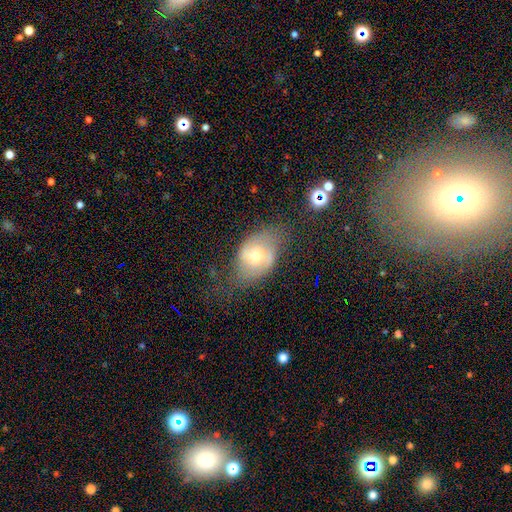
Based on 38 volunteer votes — A featured or disk galaxy (55%) with no bar (62%), 2 (69%) tight (46%, tied with medium) spiral arms (62%) and a moderate central bulge (81%).

Vote fractions:
- Smooth or featured? featured or disk: 55% / smooth: 39% / star or artifact: 5%
- Edge-on disk? no: 100% / yes: 0%
- Bar? no: 62% / strong: 24% / weak: 14%
- Spiral arms? yes: 62% / no: 38%
- Spiral winding? tight: 46% (tied) / medium: 46% (tied) / loose: 8%
- Spiral arm count? 2: 69% / can't tell: 23% / 1: 8% / 3: 0% / 4: 0% / more than 4: 0%
- Bulge size? moderate: 81% / small: 19% / dominant: 0% / large: 0% / none: 0%
- Merging? none: 61% / minor disturbance: 22% / major disturbance: 17% / merger: 0%